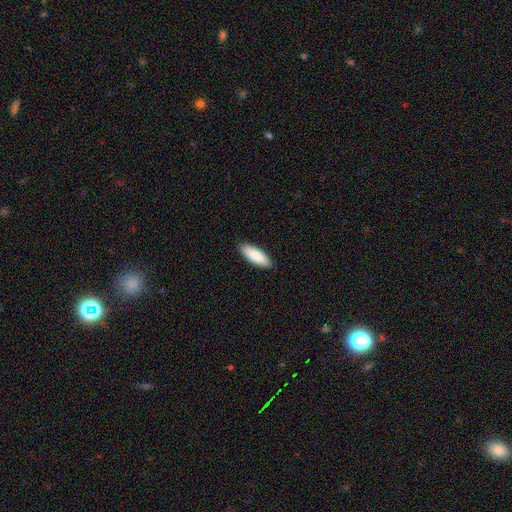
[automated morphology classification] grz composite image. It shows a smooth galaxy with no disk features (88%) that is in between round and cigar-shaped (59%). Merging: none (90%).